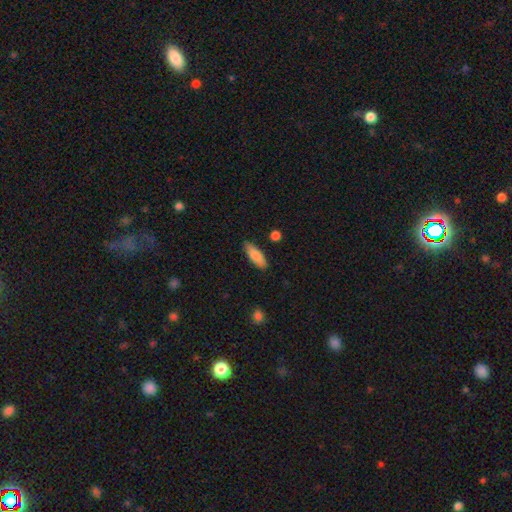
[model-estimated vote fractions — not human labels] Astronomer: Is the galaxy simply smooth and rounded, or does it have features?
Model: smooth — 83%.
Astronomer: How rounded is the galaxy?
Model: in between — 63%.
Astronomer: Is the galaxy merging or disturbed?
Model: none — 84%.